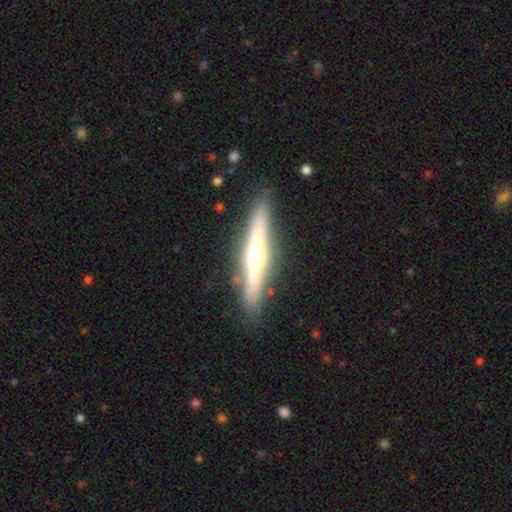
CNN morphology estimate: featured or disk 63%, smooth 30%, star or artifact 6%. Down the decision tree: edge-on disk — yes (95%); edge-on bulge — rounded (84%); merging — none (87%).